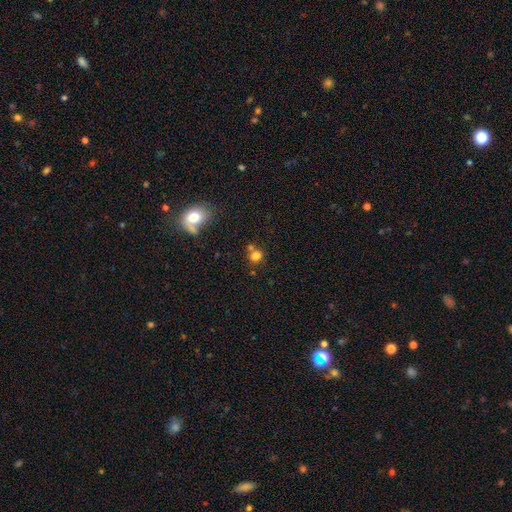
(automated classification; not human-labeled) A smooth galaxy with no disk features (75%) that is round (70%). Merging: none (52%).